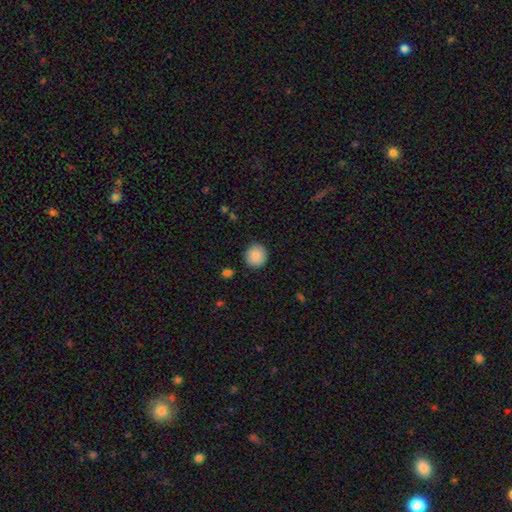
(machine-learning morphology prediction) smooth 88%, star or artifact 8%, featured or disk 4%. Down the decision tree: how rounded — round (91%); merging — none (90%).